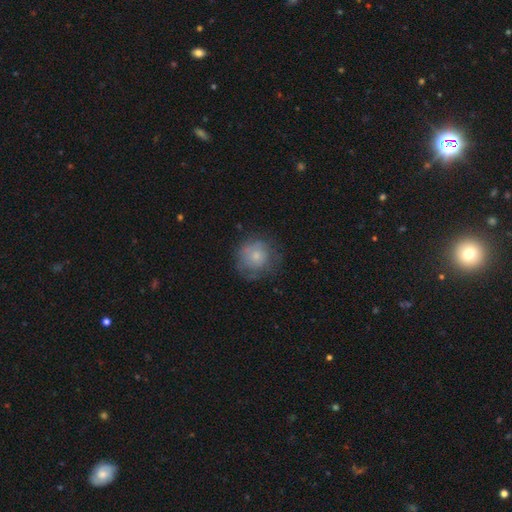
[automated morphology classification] The model was most divided on "smooth or featured": smooth: 66%, featured or disk: 26%, star or artifact: 8%. More confident: how rounded — round (88%); merging — none (64%).